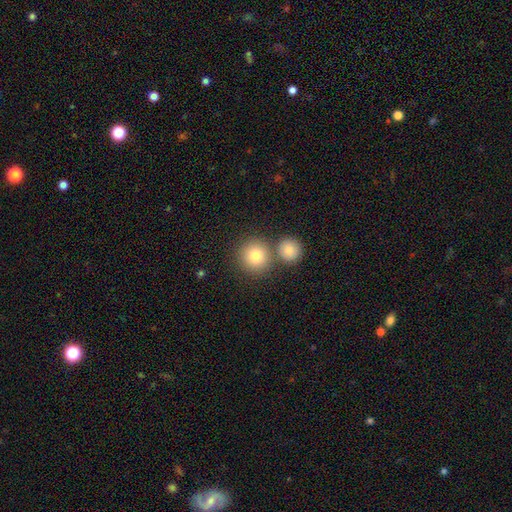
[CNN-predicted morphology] Smooth or featured? Predicted: smooth (p=0.82). How rounded? Predicted: round (p=0.92). Merging? Predicted: none (p=0.67).